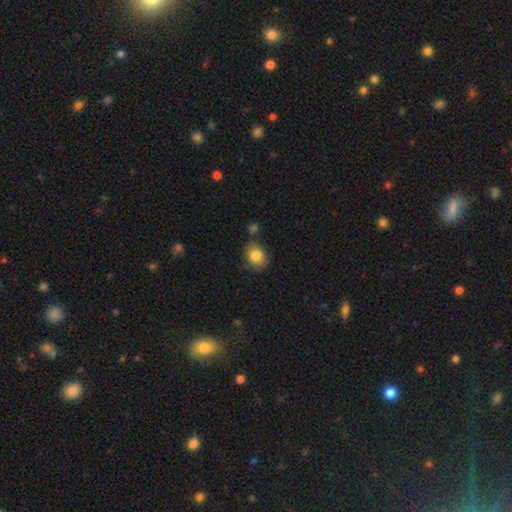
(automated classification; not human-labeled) A smooth galaxy with no disk features (84%) that is in between round and cigar-shaped (55%). Merging: none (74%).